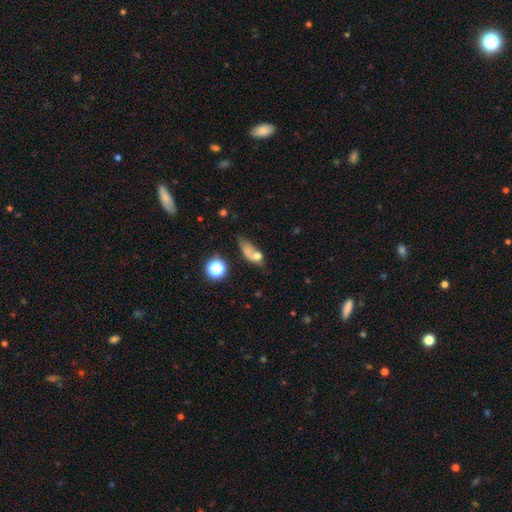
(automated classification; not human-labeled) smooth_or_featured: smooth (p=0.65) [alt: featured or disk p=0.19]
how_rounded: in between (p=0.62) [alt: round p=0.24]
merging: none (p=0.32) [alt: merger p=0.26]